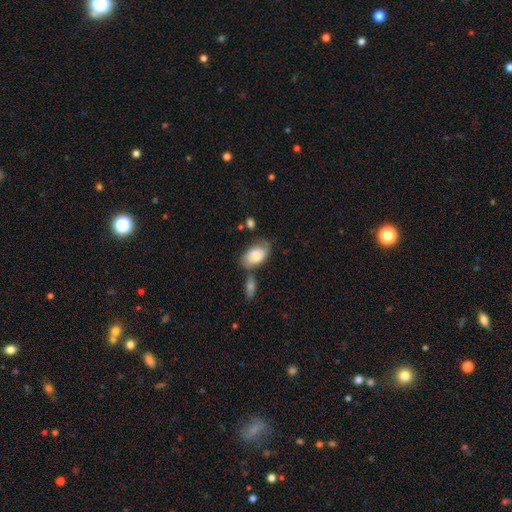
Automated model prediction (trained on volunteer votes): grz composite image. It shows a smooth galaxy with no disk features (64%) that is in between round and cigar-shaped (92%). Merging: none (45%).